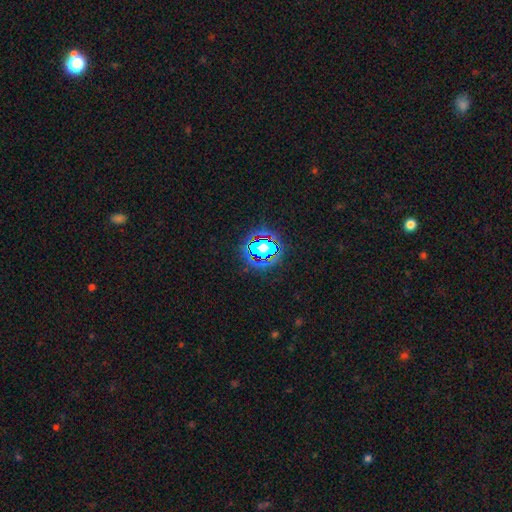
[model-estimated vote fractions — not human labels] Q: Smooth or featured?
A: star or artifact (79%); runner-up: smooth (13%)